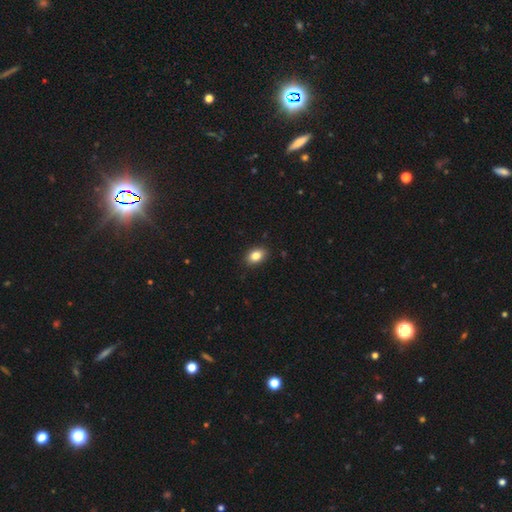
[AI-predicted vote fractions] Smooth or featured? smooth (84%)
How rounded? in between (83%)
Merging? none (89%)